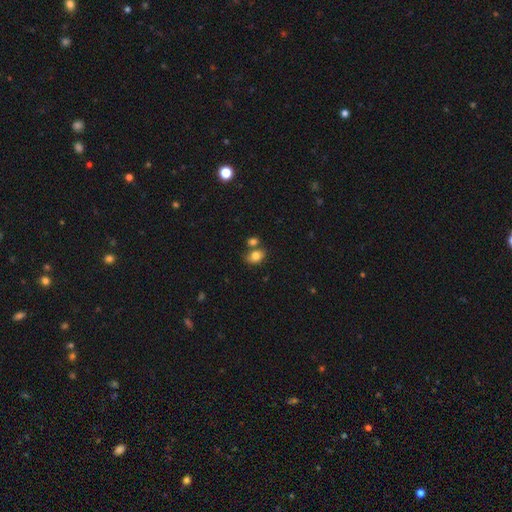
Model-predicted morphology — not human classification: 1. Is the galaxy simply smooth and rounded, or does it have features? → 80% smooth, 10% featured or disk, 10% star or artifact.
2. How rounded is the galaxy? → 70% in between, 28% round, 1% cigar-shaped.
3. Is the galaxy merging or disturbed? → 52% none, 29% merger, 14% minor disturbance, 5% major disturbance.